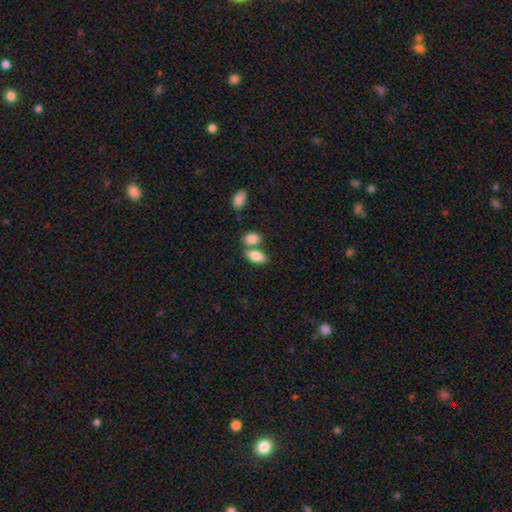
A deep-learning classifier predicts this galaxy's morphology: This is clearly a smooth galaxy (85%). How rounded: clearly in between (90%). Merging: possibly none (49%).